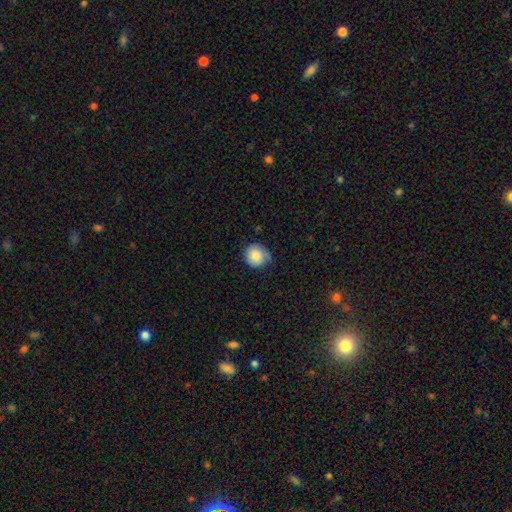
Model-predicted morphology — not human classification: Q: Smooth or featured?
A: smooth (84%); runner-up: featured or disk (8%)
Q: How rounded?
A: round (86%); runner-up: in between (13%)
Q: Merging?
A: none (69%); runner-up: minor disturbance (26%)